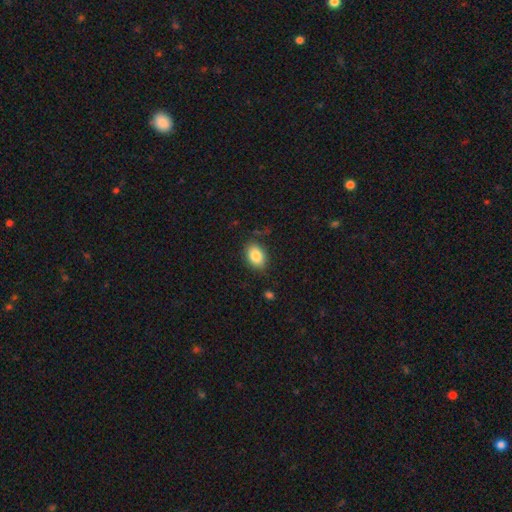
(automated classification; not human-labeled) This is clearly a smooth galaxy (86%). How rounded: clearly in between (82%). Merging: clearly none (82%).